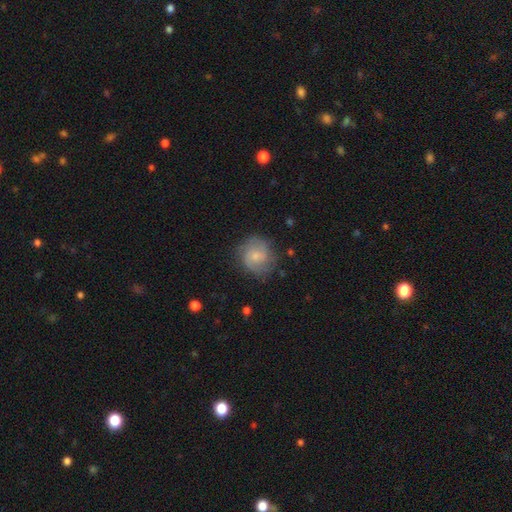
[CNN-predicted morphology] Smooth or featured?
  - featured or disk: 57% *
  - smooth: 36%
  - star or artifact: 7%
Edge-on disk?
  - no: 98% *
  - yes: 2%
Bar?
  - no: 63% *
  - weak: 33%
  - strong: 4%
Spiral arms?
  - yes: 89% *
  - no: 11%
Bulge size?
  - small: 57% *
  - moderate: 32%
  - none: 7%
  - large: 3%
  - dominant: 1%
Merging?
  - none: 76% *
  - minor disturbance: 16%
  - major disturbance: 6%
  - merger: 1%